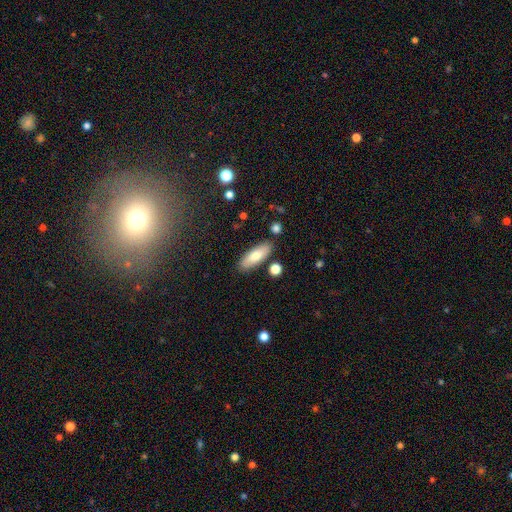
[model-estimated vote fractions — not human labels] Overall: smooth (75%). How rounded: in between (65%; cigar-shaped 33%). Merging: none (85%).